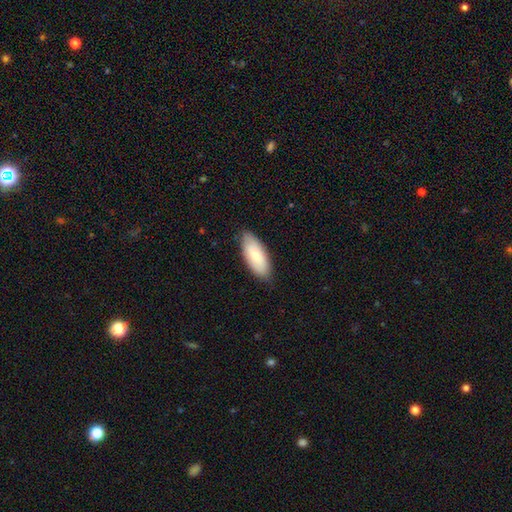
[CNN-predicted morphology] Smooth or featured: smooth — 78% (featured or disk — 16%)
How rounded: in between — 84% (cigar-shaped — 15%)
Merging: none — 82% (minor disturbance — 14%)